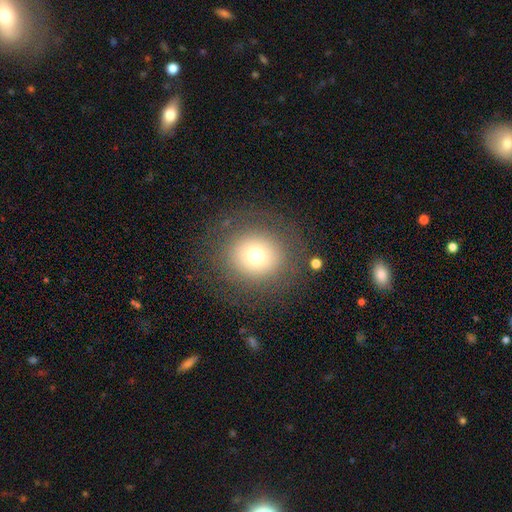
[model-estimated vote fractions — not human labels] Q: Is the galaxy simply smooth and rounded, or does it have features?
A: smooth — 70%.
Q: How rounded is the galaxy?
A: round — 87%.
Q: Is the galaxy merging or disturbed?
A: none — 82%.